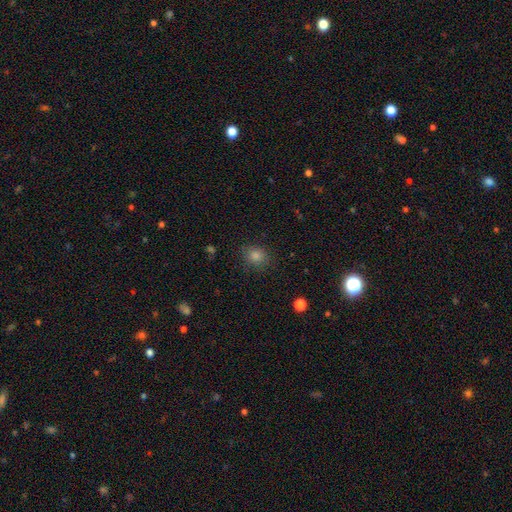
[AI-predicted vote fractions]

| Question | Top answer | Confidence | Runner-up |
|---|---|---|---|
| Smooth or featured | smooth | 75% | star or artifact (19%) |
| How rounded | round | 70% | in between (29%) |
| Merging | none | 87% | minor disturbance (9%) |